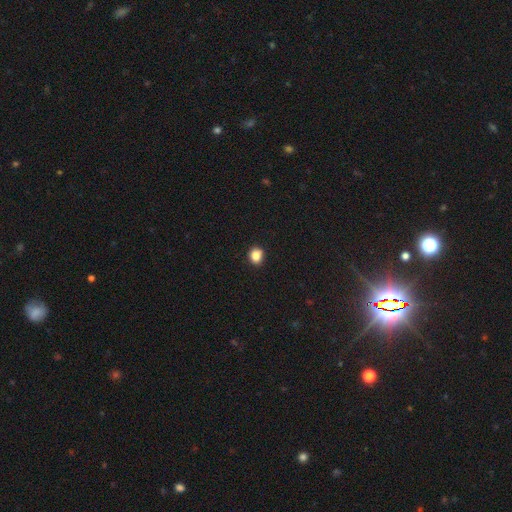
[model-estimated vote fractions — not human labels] Smooth or featured? smooth (86%)
How rounded? round (75%)
Merging? none (89%)